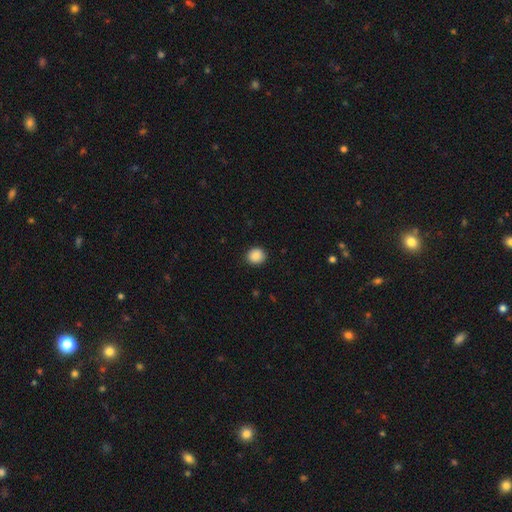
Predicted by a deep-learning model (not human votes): Smooth or featured? Predicted: smooth (p=0.89). How rounded? Predicted: round (p=0.83). Merging? Predicted: none (p=0.91).